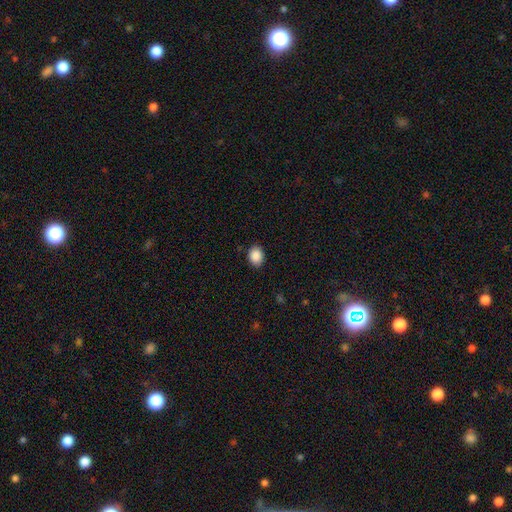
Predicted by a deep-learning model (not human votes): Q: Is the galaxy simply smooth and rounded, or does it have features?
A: smooth — 89%.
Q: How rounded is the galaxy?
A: in between — 51%.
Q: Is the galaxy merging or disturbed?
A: none — 87%.